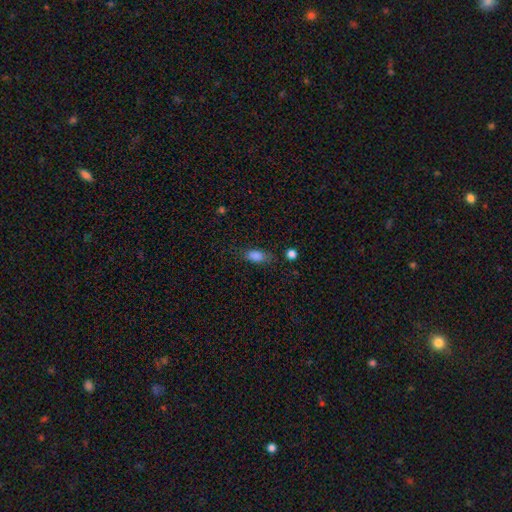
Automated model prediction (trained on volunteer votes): Smooth or featured? smooth (82%)
How rounded? in between (83%)
Merging? none (65%)